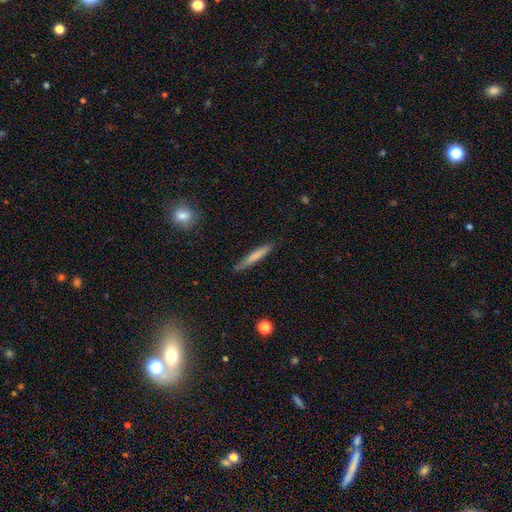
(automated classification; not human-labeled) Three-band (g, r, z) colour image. It shows a smooth galaxy with no disk features (70%) that is cigar-shaped (94%). Merging: none (85%).